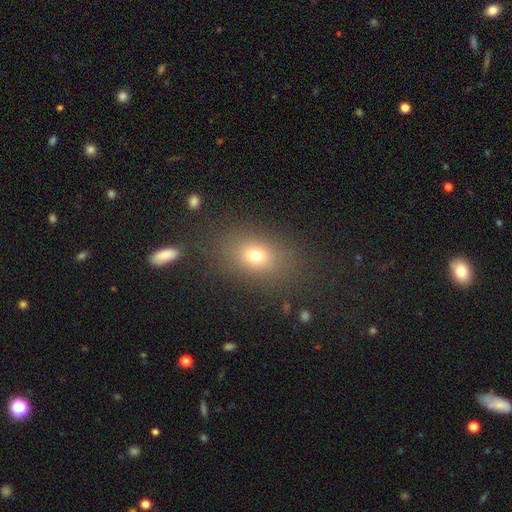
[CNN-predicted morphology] This appears to be a smooth galaxy with no disk features (71%) that is in between round and cigar-shaped (66%). Merging: none (79%).